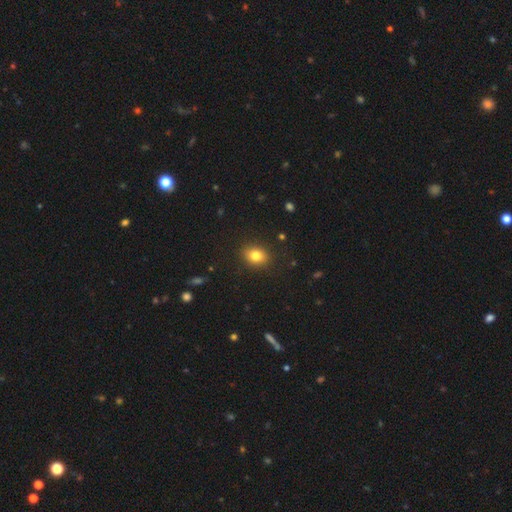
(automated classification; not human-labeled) Morphology: type=smooth (82%); roundness=in between (55%); merging=none (88%).